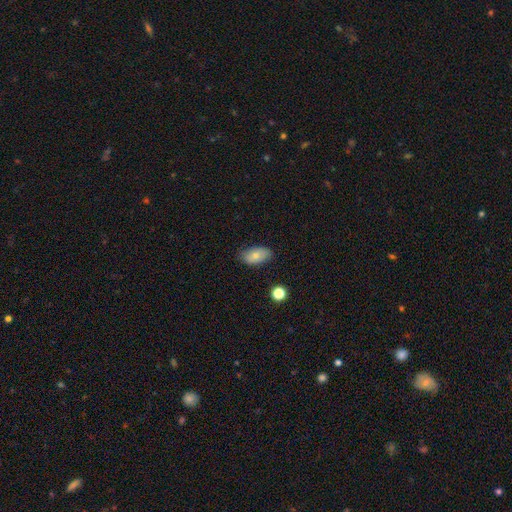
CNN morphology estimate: This is likely a smooth galaxy (72%). How rounded: clearly in between (92%). Merging: clearly none (81%).